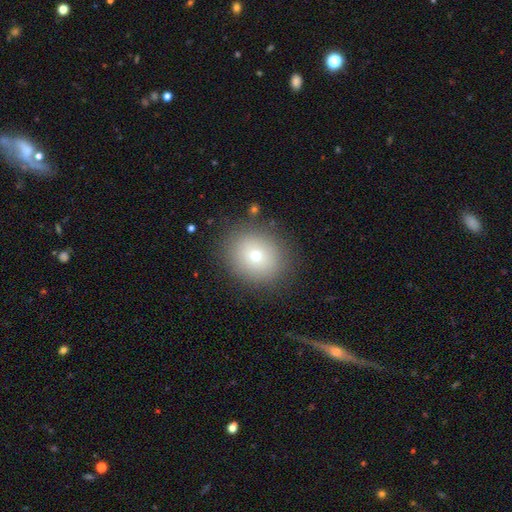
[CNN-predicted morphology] This is likely a smooth galaxy (71%). How rounded: likely round (73%). Merging: clearly none (85%).